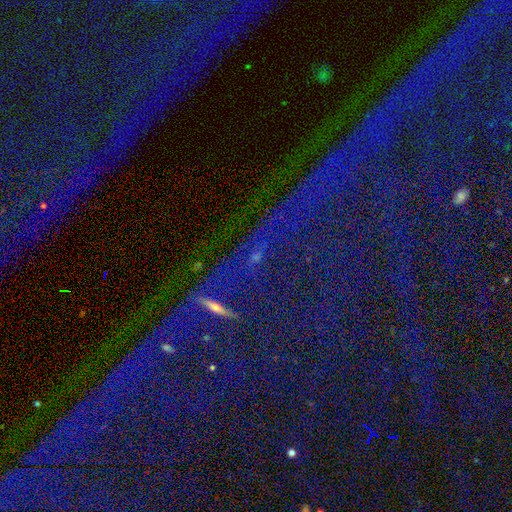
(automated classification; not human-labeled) Q: Smooth or featured?
A: star or artifact (83%); runner-up: featured or disk (9%)